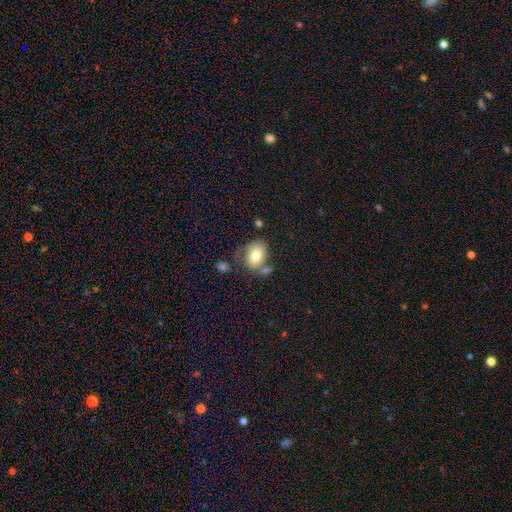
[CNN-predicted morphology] type=smooth (71%); roundness=in between (59%); merging=none (47%).